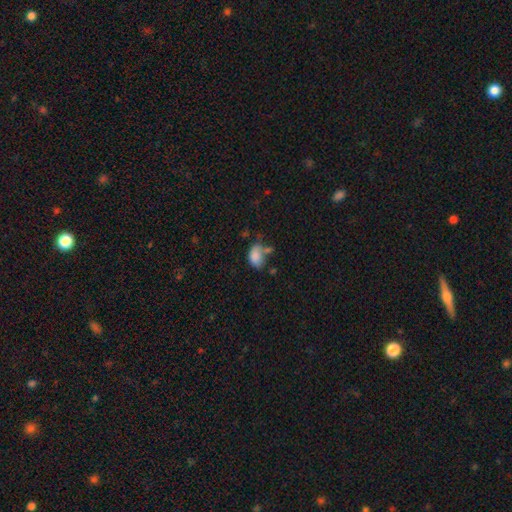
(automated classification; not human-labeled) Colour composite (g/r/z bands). It shows a smooth galaxy with no disk features (83%) that is in between round and cigar-shaped (88%). Merging: none (42%).